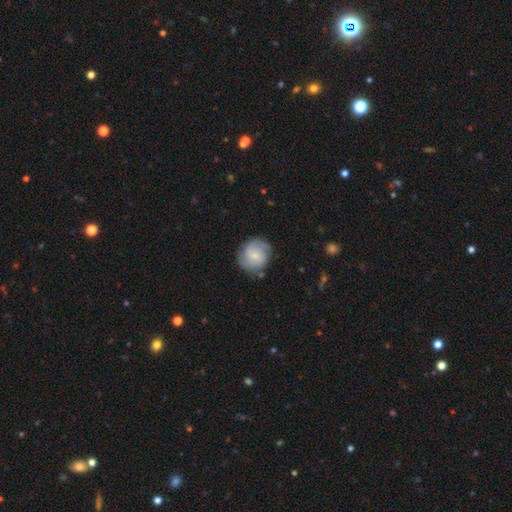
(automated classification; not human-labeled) smooth_or_featured: smooth (p=0.47) [alt: featured or disk p=0.46]
merging: none (p=0.74) [alt: minor disturbance p=0.17]